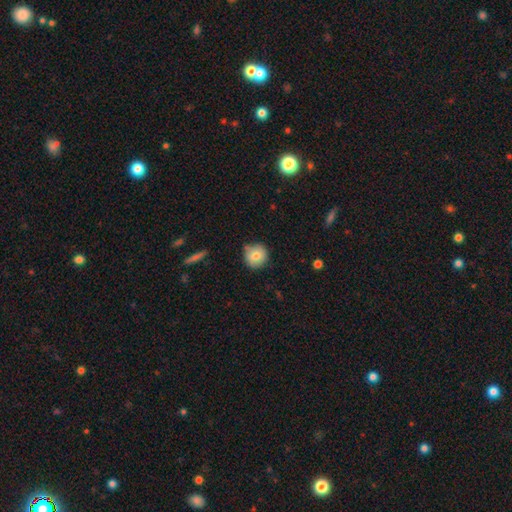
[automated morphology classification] A smooth galaxy with no disk features (79%) that is round (92%). Merging: none (76%).